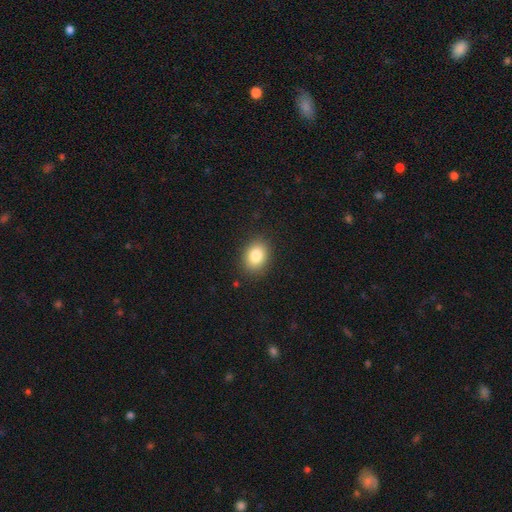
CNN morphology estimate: This is clearly a smooth galaxy (83%). How rounded: likely in between (65%). Merging: clearly none (87%).